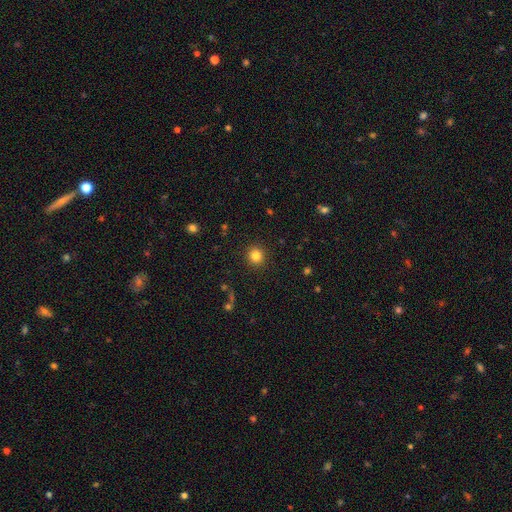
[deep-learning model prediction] This appears to be a smooth galaxy with no disk features (82%) that is round (93%). Merging: none (92%).